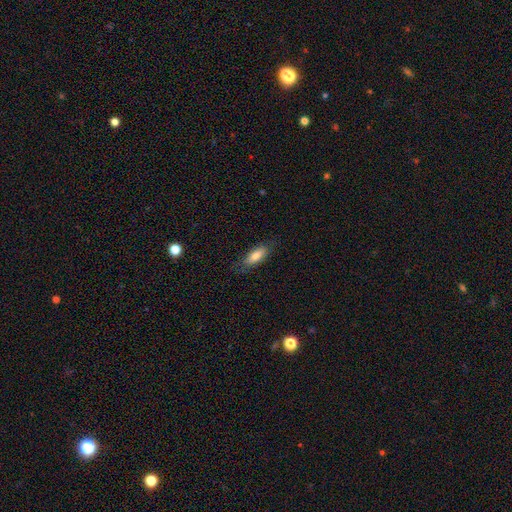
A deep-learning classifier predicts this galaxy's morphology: smooth 78%, featured or disk 15%, star or artifact 7%. Down the decision tree: how rounded — in between (69%); merging — none (76%).